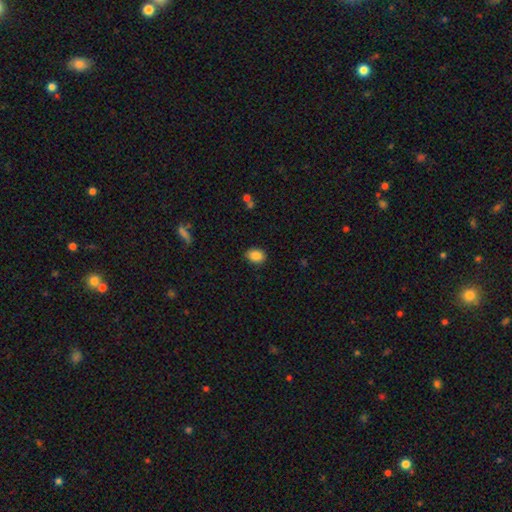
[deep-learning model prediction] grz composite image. It shows a smooth galaxy with no disk features (87%) that is in between round and cigar-shaped (70%). Merging: none (86%).